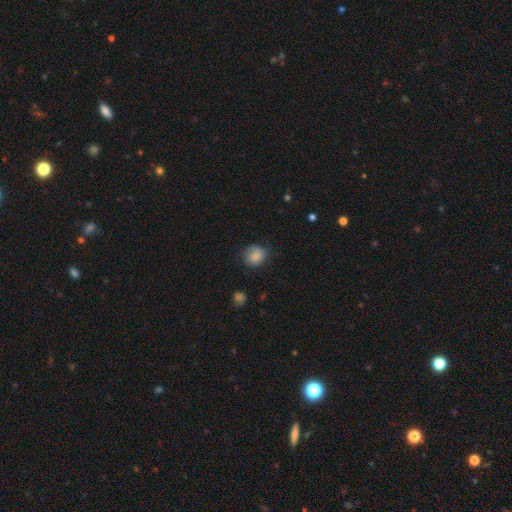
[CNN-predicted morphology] Smooth or featured?
  - smooth: 81% *
  - featured or disk: 11%
  - star or artifact: 9%
How rounded?
  - round: 73% *
  - in between: 26%
  - cigar-shaped: 1%
Merging?
  - none: 68% *
  - minor disturbance: 24%
  - major disturbance: 7%
  - merger: 1%